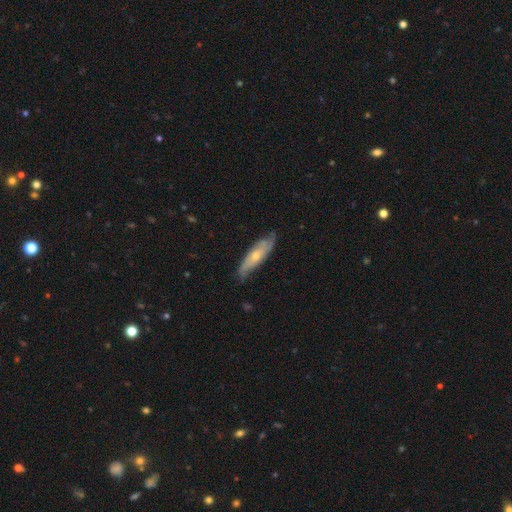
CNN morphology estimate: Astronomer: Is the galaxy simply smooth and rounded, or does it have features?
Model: featured or disk — 59% (runner-up: smooth, 35%).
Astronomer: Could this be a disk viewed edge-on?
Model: no — 66%.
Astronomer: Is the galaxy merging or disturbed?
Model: none — 72%.